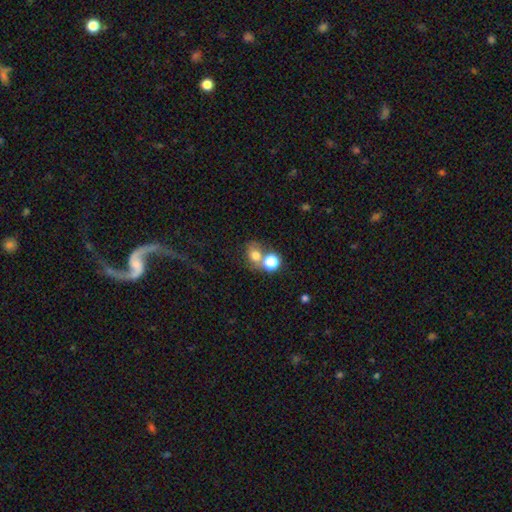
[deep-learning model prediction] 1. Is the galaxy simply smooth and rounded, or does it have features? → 71% smooth, 16% star or artifact, 13% featured or disk.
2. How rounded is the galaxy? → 67% round, 31% in between, 1% cigar-shaped.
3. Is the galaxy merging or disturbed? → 43% none, 42% merger, 10% minor disturbance, 6% major disturbance.